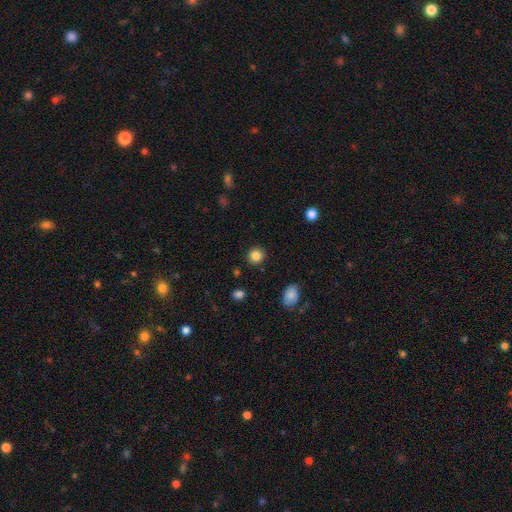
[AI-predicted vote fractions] This appears to be a smooth galaxy with no disk features (85%) that is round (88%). Merging: none (90%).